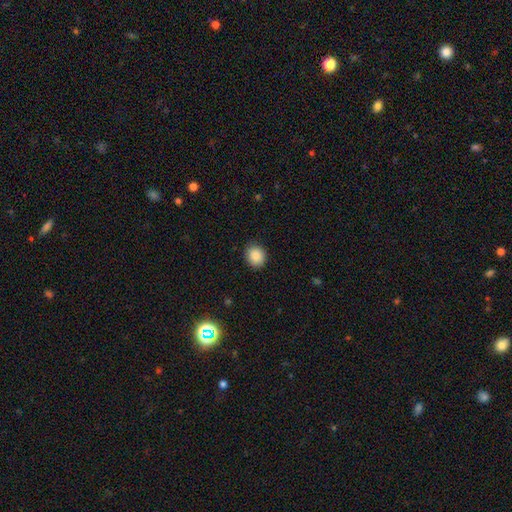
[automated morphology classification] A smooth galaxy with no disk features (88%) that is round (78%). Merging: none (88%).